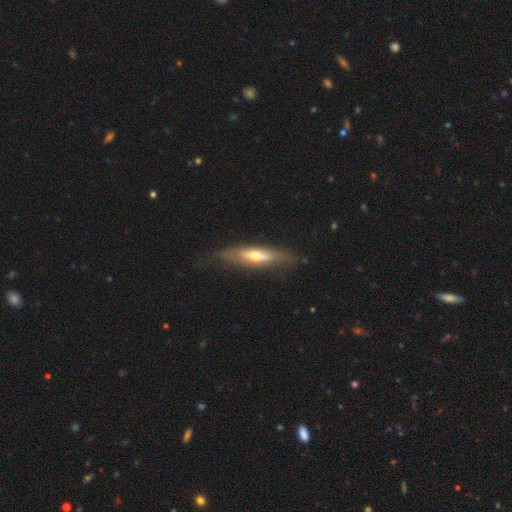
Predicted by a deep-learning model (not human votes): The model was most divided on "smooth or featured": featured or disk: 53%, smooth: 41%, star or artifact: 6%. More confident: edge-on disk — yes (74%); merging — none (71%).